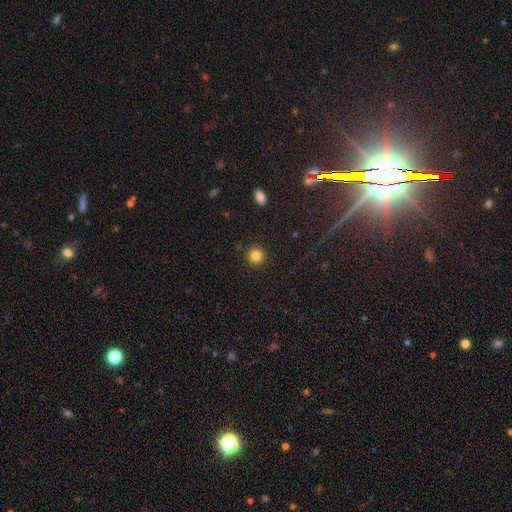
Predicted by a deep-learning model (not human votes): smooth_or_featured: smooth (p=0.83) [alt: star or artifact p=0.12]
how_rounded: round (p=0.93) [alt: in between p=0.06]
merging: none (p=0.91) [alt: minor disturbance p=0.05]